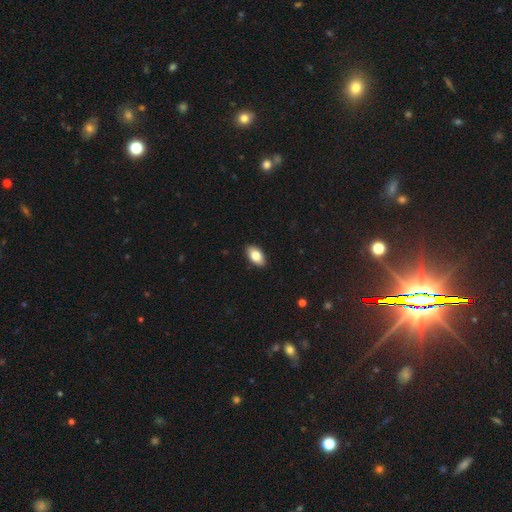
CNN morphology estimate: smooth 81%, featured or disk 12%, star or artifact 7%. Down the decision tree: how rounded — in between (93%); merging — none (90%).